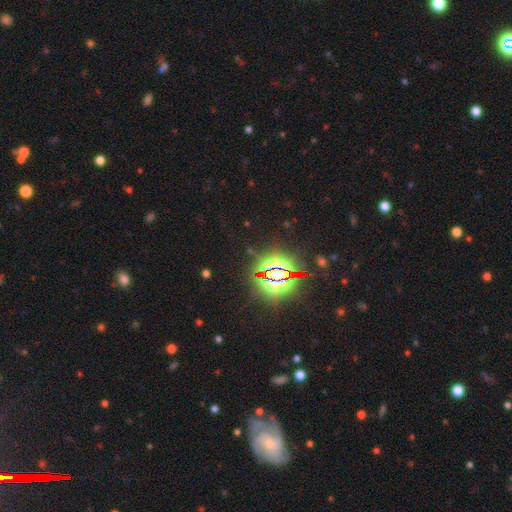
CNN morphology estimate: Smooth or featured? star or artifact (85%)